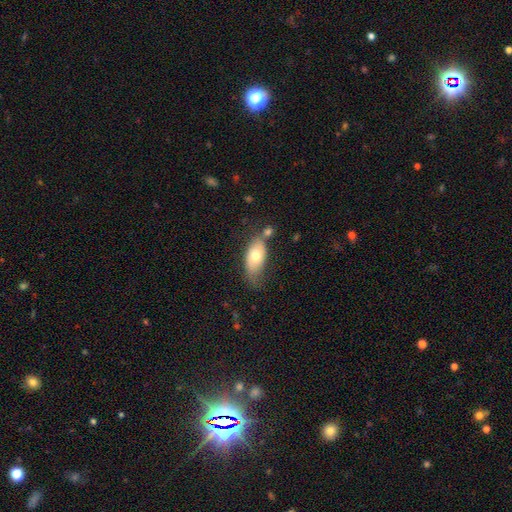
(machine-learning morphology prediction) Q: Smooth or featured?
A: smooth (66%); runner-up: featured or disk (27%)
Q: How rounded?
A: in between (90%); runner-up: cigar-shaped (6%)
Q: Merging?
A: none (48%); runner-up: minor disturbance (27%)